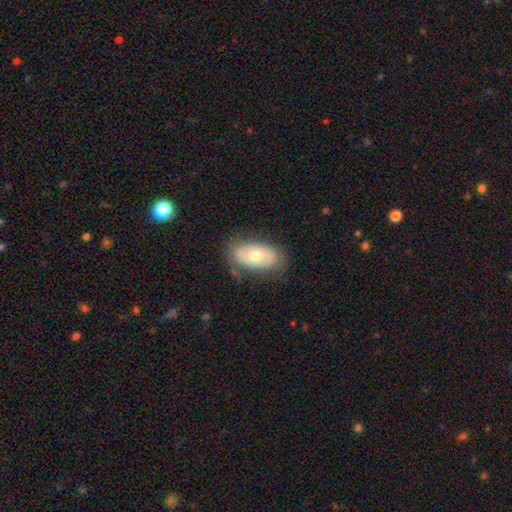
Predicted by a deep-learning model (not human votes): This appears to be a smooth galaxy with no disk features (57%) that is in between round and cigar-shaped (92%). Merging: none (77%).